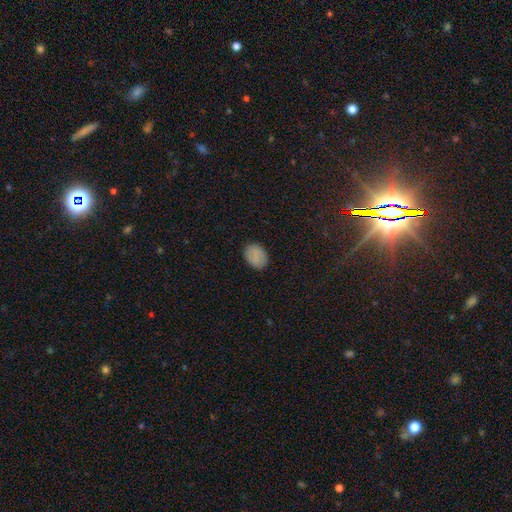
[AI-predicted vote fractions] This is clearly a smooth galaxy (86%). How rounded: likely in between (70%). Merging: clearly none (86%).